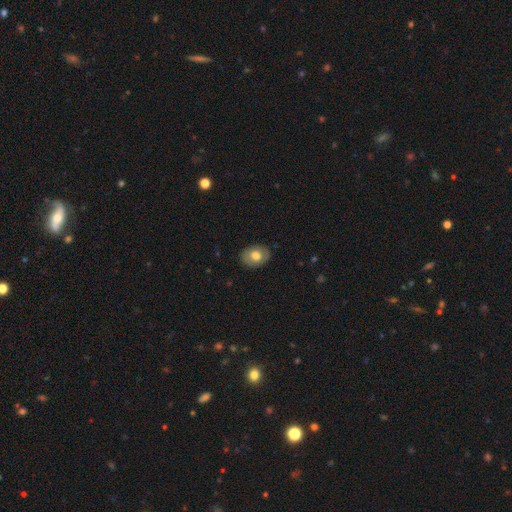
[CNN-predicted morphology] smooth 74%, featured or disk 19%, star or artifact 7%. Down the decision tree: how rounded — in between (69%); merging — none (86%).